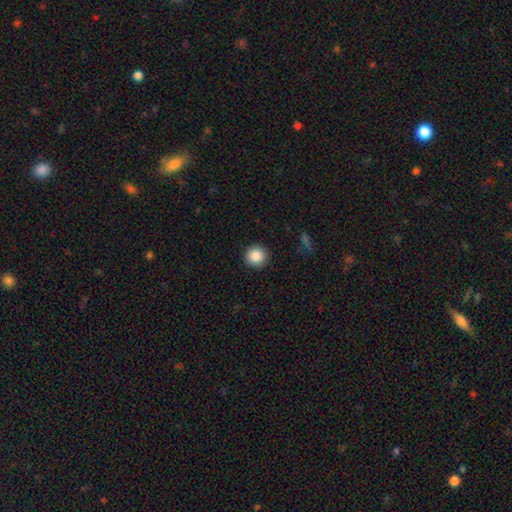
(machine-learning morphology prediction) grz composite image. It shows a smooth galaxy with no disk features (87%) that is round (94%). Merging: none (92%).